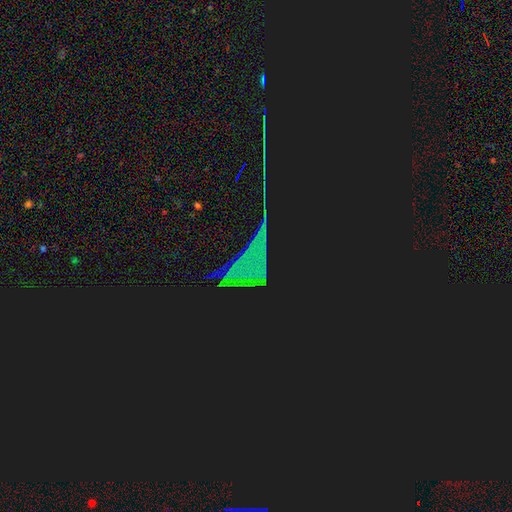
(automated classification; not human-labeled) star or artifact 74%, featured or disk 13%, smooth 13%.